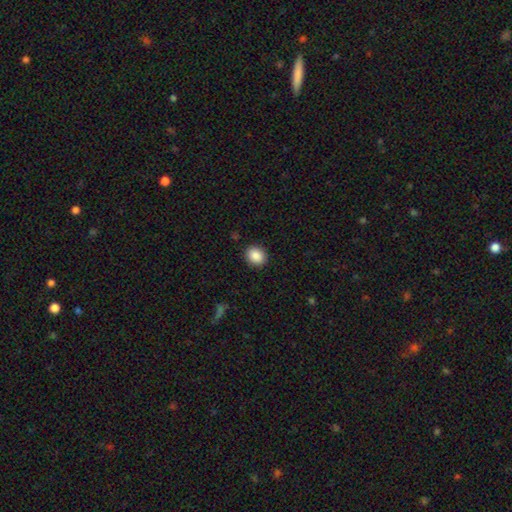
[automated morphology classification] Smooth or featured? Predicted: smooth (p=0.88). How rounded? Predicted: round (p=0.69). Merging? Predicted: none (p=0.90).